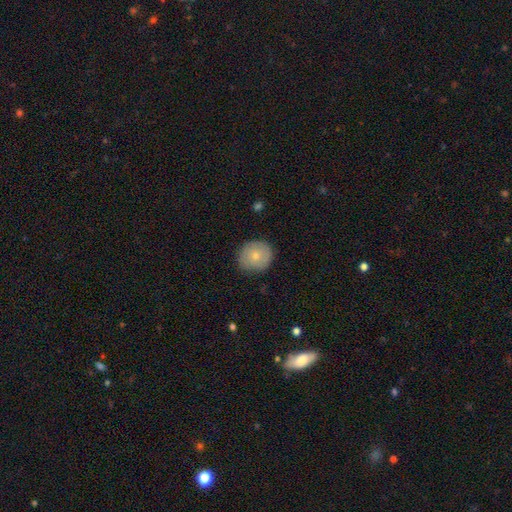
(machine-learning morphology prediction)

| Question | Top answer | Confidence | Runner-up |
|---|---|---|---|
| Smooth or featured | smooth | 74% | featured or disk (19%) |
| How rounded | round | 79% | in between (20%) |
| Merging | none | 84% | minor disturbance (12%) |